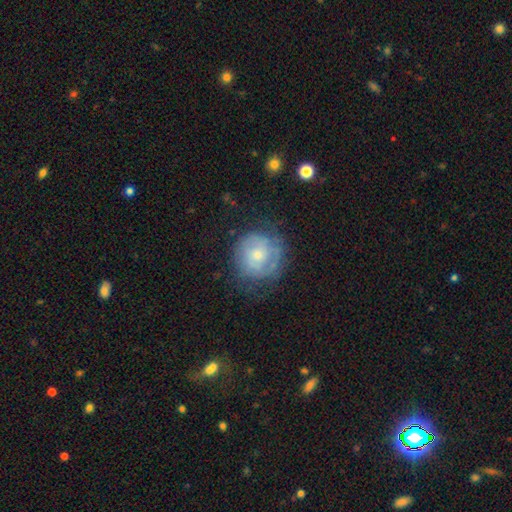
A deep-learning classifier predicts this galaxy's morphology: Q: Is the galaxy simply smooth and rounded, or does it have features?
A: featured or disk — 55%.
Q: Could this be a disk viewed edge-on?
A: no — 98%.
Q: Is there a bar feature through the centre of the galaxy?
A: no — 76%.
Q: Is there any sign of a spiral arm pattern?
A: yes — 70%.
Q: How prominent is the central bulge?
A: small — 51%.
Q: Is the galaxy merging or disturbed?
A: none — 65%.